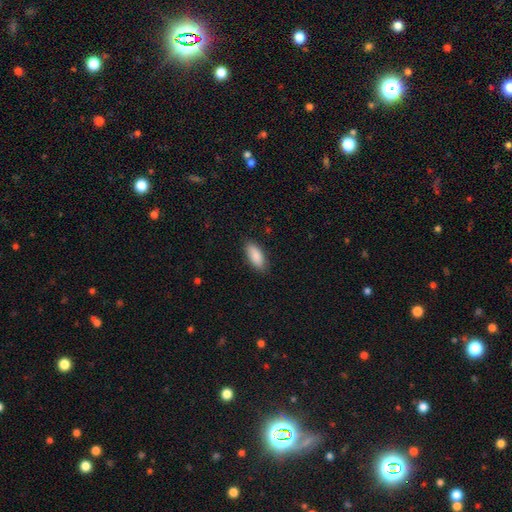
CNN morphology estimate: Smooth or featured? smooth (89%)
How rounded? in between (82%)
Merging? none (86%)